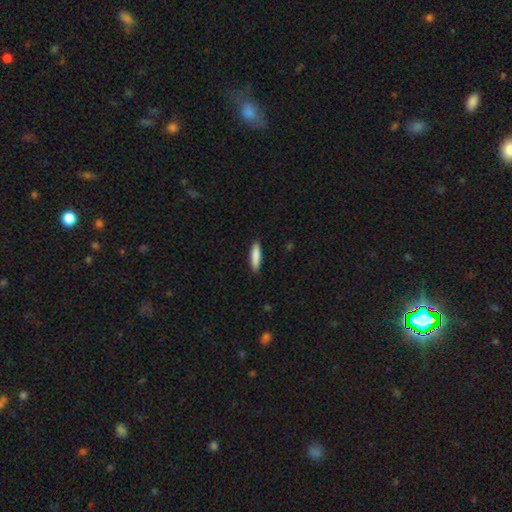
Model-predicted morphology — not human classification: Smooth or featured?
  - smooth: 87% *
  - featured or disk: 7%
  - star or artifact: 6%
How rounded?
  - cigar-shaped: 74% *
  - in between: 25%
  - round: 1%
Merging?
  - none: 89% *
  - minor disturbance: 8%
  - major disturbance: 2%
  - merger: 1%